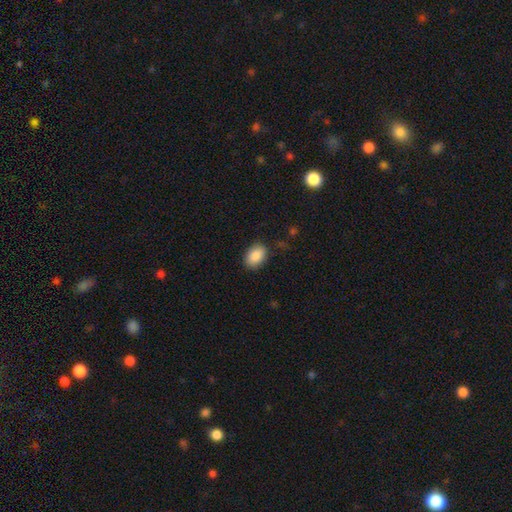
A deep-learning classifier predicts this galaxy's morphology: smooth-or-featured: smooth: 89% | star or artifact: 7% | featured or disk: 4%
  how-rounded: in between: 86% | round: 13% | cigar-shaped: 1%
  merging: none: 85% | minor disturbance: 11% | major disturbance: 3% | merger: 1%